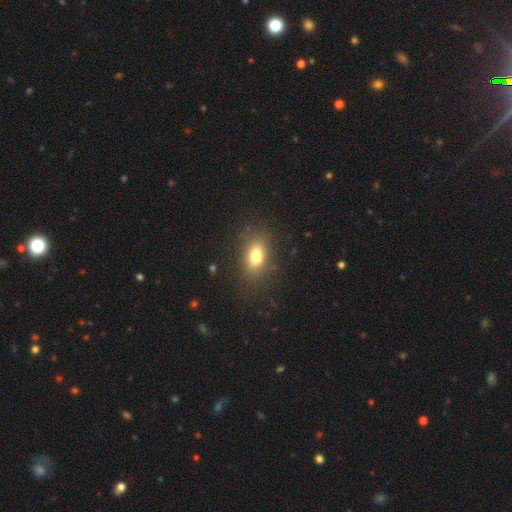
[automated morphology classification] Smooth or featured? Predicted: smooth (p=0.76). How rounded? Predicted: in between (p=0.82). Merging? Predicted: none (p=0.80).